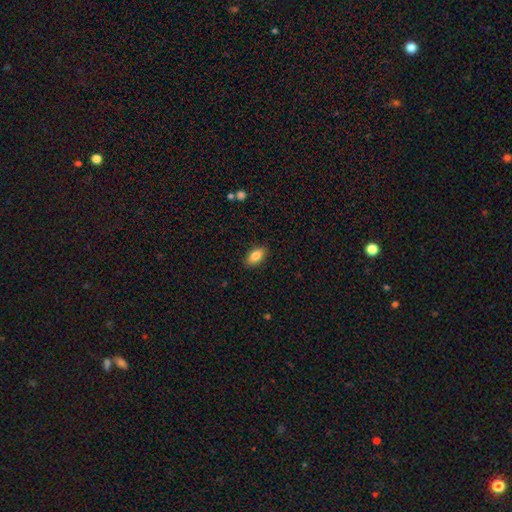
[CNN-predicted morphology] smooth_or_featured: smooth (p=0.84) [alt: featured or disk p=0.09]
how_rounded: in between (p=0.91) [alt: round p=0.05]
merging: none (p=0.88) [alt: minor disturbance p=0.09]